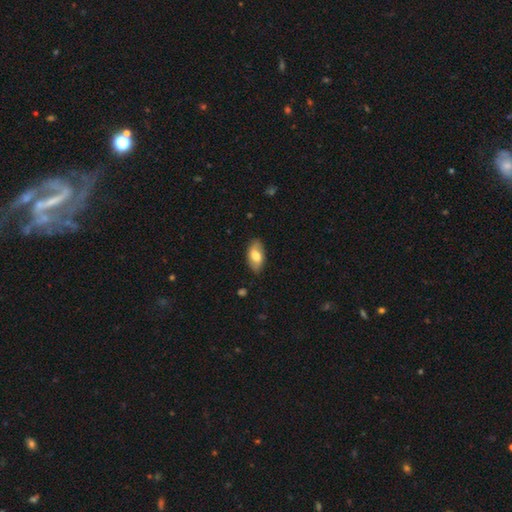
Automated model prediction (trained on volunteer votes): Smooth or featured: smooth — 70% (featured or disk — 24%)
How rounded: in between — 94% (round — 3%)
Merging: none — 82% (minor disturbance — 14%)